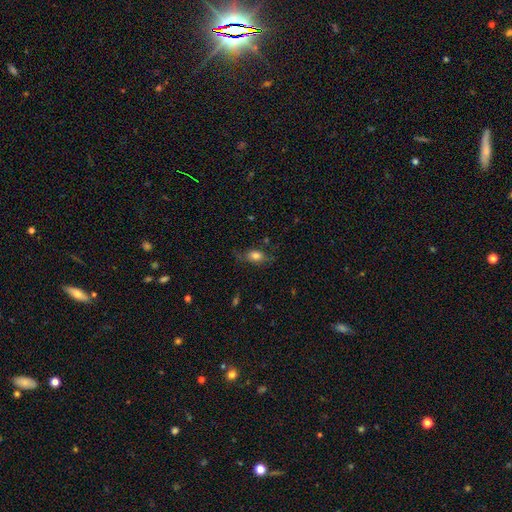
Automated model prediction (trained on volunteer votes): A smooth galaxy with no disk features (75%) that is in between round and cigar-shaped (79%).

Vote fractions:
- Smooth or featured? smooth: 75% / featured or disk: 15% / star or artifact: 10%
- How rounded? in between: 79% / round: 15% / cigar-shaped: 6%
- Merging? none: 65% / minor disturbance: 23% / major disturbance: 9% / merger: 2%